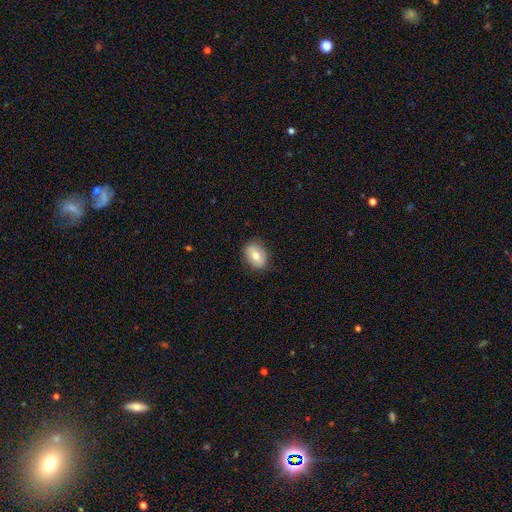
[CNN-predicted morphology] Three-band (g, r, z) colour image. It shows a smooth galaxy with no disk features (72%) that is in between round and cigar-shaped (72%). Merging: none (84%).